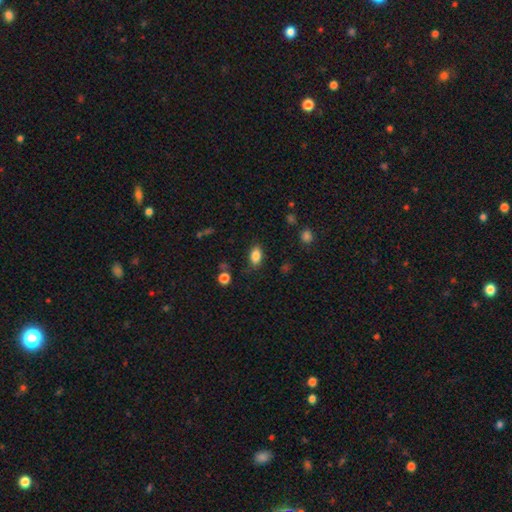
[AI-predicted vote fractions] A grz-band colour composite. It shows a smooth galaxy with no disk features (84%) that is in between round and cigar-shaped (88%). Merging: none (82%).